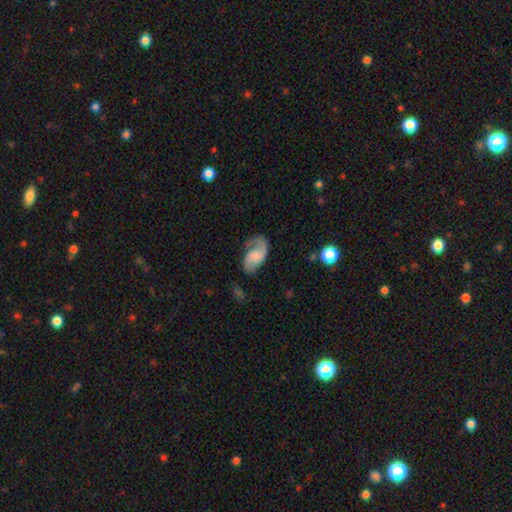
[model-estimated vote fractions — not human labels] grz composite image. It shows a featured or disk galaxy (70%) with no bar (56%), 2 (78%) loose (45%) spiral arms (94%) and no central bulge (40%). Merging: none (61%).